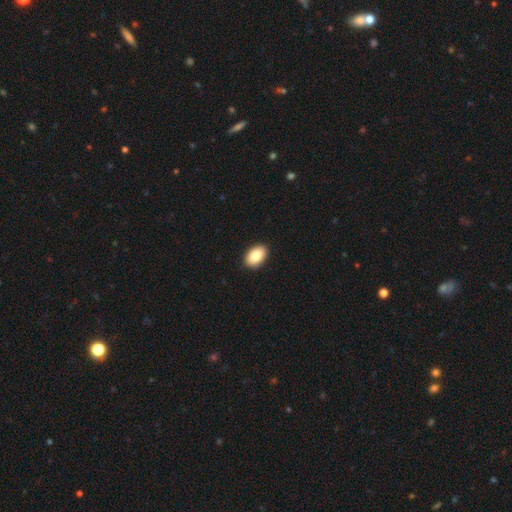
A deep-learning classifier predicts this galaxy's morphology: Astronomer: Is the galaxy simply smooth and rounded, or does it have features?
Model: smooth — 85%.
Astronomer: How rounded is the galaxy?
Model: in between — 90%.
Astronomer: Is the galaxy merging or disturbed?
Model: none — 91%.